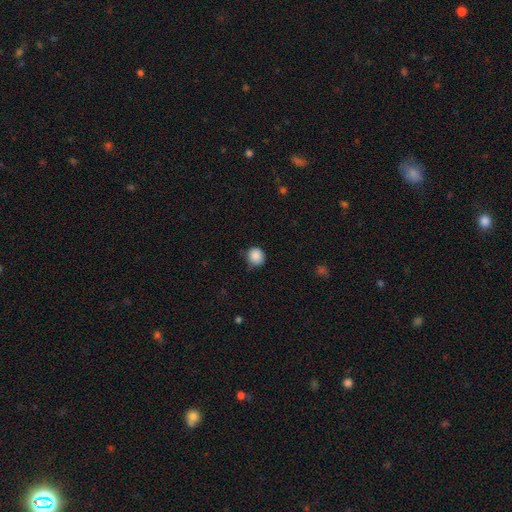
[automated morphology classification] Q: Smooth or featured?
A: smooth (88%); runner-up: star or artifact (9%)
Q: How rounded?
A: round (87%); runner-up: in between (12%)
Q: Merging?
A: none (71%); runner-up: minor disturbance (23%)